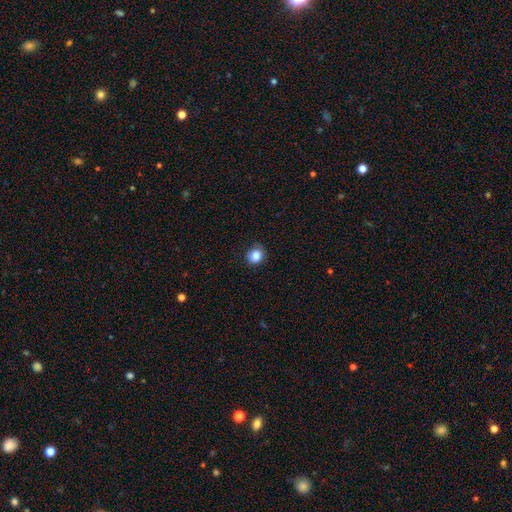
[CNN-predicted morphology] This is clearly a smooth galaxy (84%). How rounded: likely round (79%). Merging: clearly none (84%).